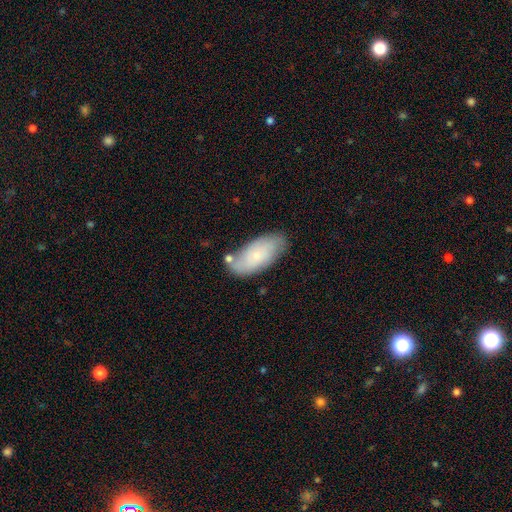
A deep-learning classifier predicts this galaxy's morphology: A smooth galaxy with no disk features (66%) that is in between round and cigar-shaped (90%).

Vote fractions:
- Smooth or featured? smooth: 66% / featured or disk: 28% / star or artifact: 6%
- How rounded? in between: 90% / cigar-shaped: 8% / round: 2%
- Merging? none: 67% / minor disturbance: 20% / merger: 8% / major disturbance: 5%